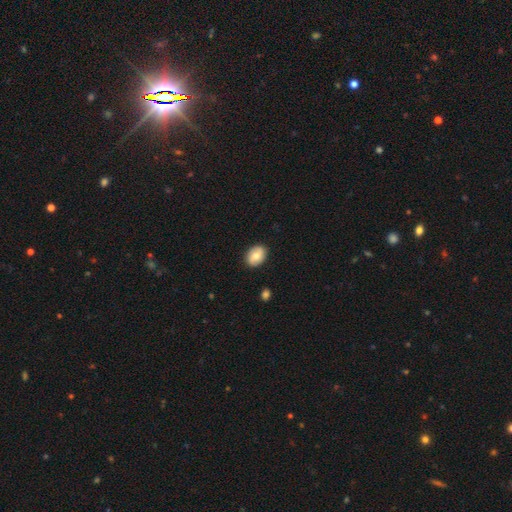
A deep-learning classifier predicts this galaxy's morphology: A smooth galaxy with no disk features (73%) that is in between round and cigar-shaped (77%).

Vote fractions:
- Smooth or featured? smooth: 73% / featured or disk: 19% / star or artifact: 7%
- How rounded? in between: 77% / round: 22% / cigar-shaped: 1%
- Merging? none: 87% / minor disturbance: 10% / major disturbance: 2% / merger: 1%